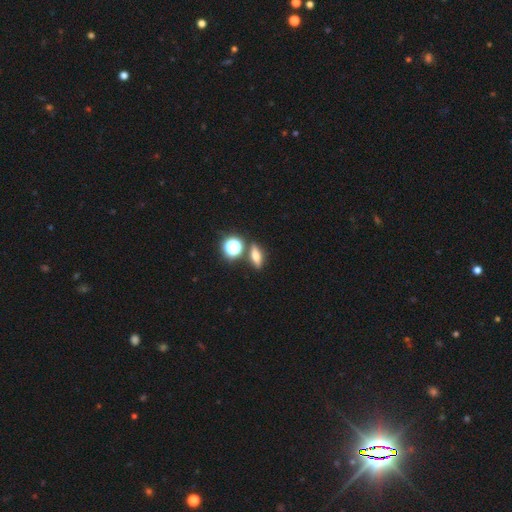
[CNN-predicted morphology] Smooth or featured: smooth — 55% (featured or disk — 27%)
How rounded: in between — 49% (cigar-shaped — 28%)
Merging: none — 79% (minor disturbance — 9%)